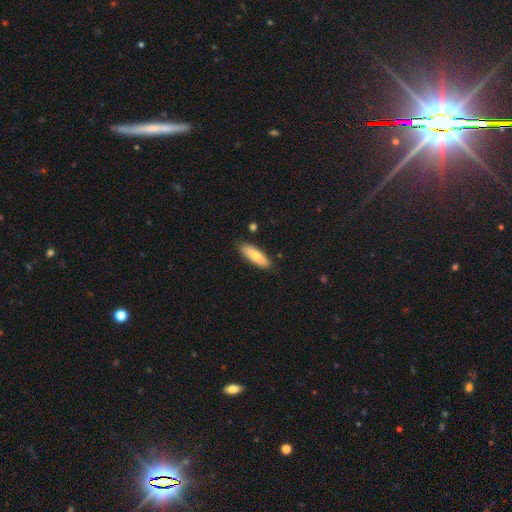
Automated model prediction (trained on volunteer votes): Q: Smooth or featured?
A: smooth (74%); runner-up: featured or disk (20%)
Q: How rounded?
A: cigar-shaped (51%); runner-up: in between (48%)
Q: Merging?
A: none (86%); runner-up: minor disturbance (10%)